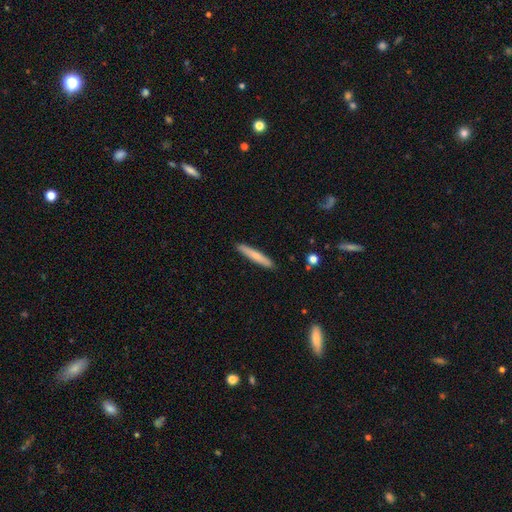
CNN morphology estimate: Q: Smooth or featured?
A: smooth (68%); runner-up: featured or disk (26%)
Q: How rounded?
A: cigar-shaped (94%); runner-up: in between (5%)
Q: Merging?
A: none (90%); runner-up: minor disturbance (7%)